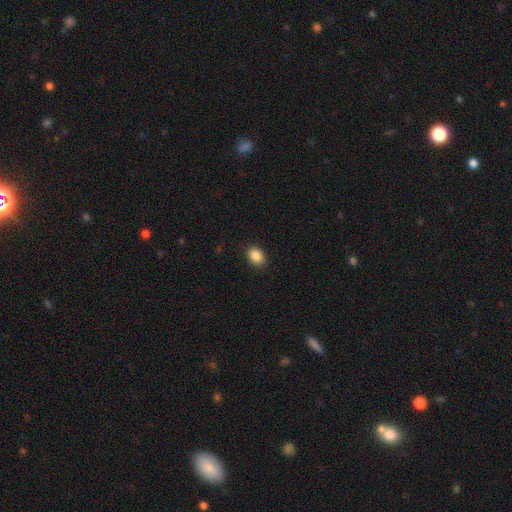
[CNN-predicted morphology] A smooth galaxy with no disk features (88%) that is in between round and cigar-shaped (71%).

Vote fractions:
- Smooth or featured? smooth: 88% / star or artifact: 8% / featured or disk: 3%
- How rounded? in between: 71% / round: 28% / cigar-shaped: 1%
- Merging? none: 89% / minor disturbance: 8% / major disturbance: 2% / merger: 1%